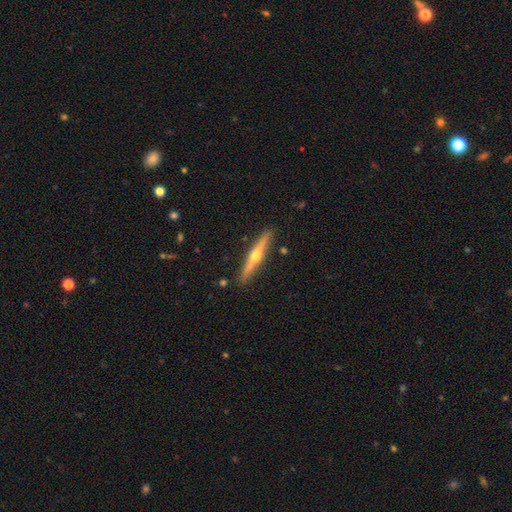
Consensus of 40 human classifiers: Smooth or featured? 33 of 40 (82%) said featured or disk. Edge-on disk? 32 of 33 (97%) said yes. Edge-on bulge? 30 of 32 (94%) said rounded. Merging? 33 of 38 (87%) said none.